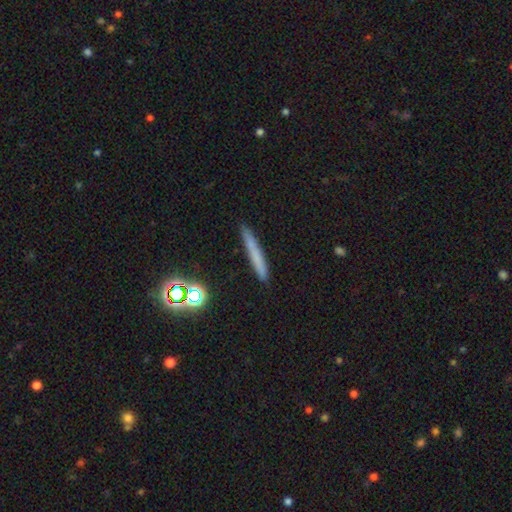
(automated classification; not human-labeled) This is likely a smooth galaxy (63%). How rounded: clearly cigar-shaped (95%). Merging: clearly none (88%).